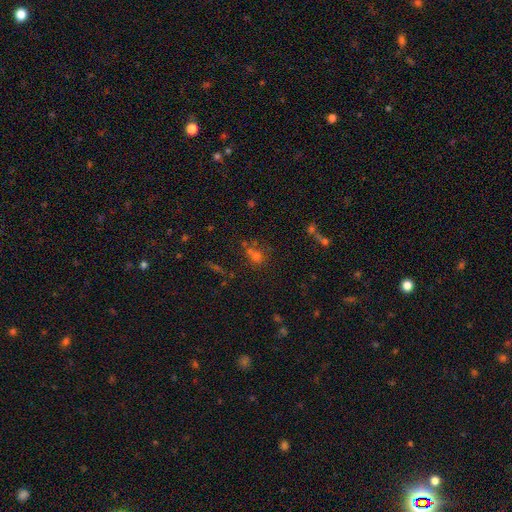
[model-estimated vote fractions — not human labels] This is possibly a smooth galaxy (53%). How rounded: likely round (77%). Merging: possibly none (56%).